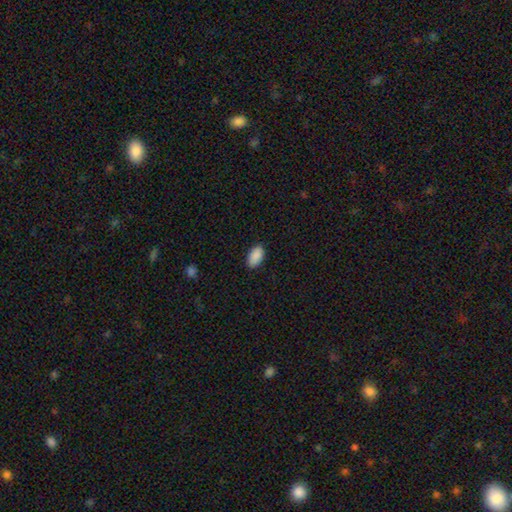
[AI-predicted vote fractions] The model was most divided on "merging": none: 87%, minor disturbance: 10%, major disturbance: 2%, merger: 1%. More confident: how rounded — in between (95%); smooth or featured — smooth (90%).